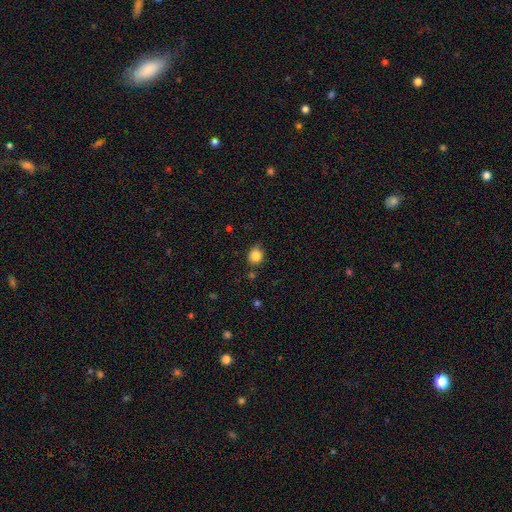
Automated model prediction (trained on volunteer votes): Smooth or featured?
  - smooth: 85% *
  - star or artifact: 10%
  - featured or disk: 5%
How rounded?
  - round: 72% *
  - in between: 27%
  - cigar-shaped: 1%
Merging?
  - none: 78% *
  - minor disturbance: 16%
  - merger: 3%
  - major disturbance: 3%